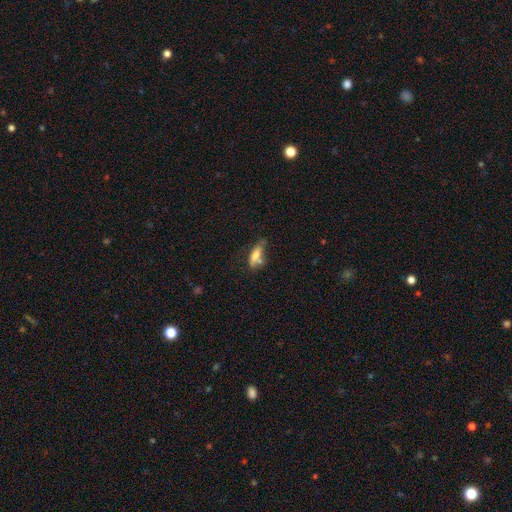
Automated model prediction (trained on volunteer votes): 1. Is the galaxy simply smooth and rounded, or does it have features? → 66% smooth, 25% featured or disk, 9% star or artifact.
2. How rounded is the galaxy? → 63% in between, 33% cigar-shaped, 3% round.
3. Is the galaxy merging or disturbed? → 42% none, 26% minor disturbance, 20% merger, 13% major disturbance.